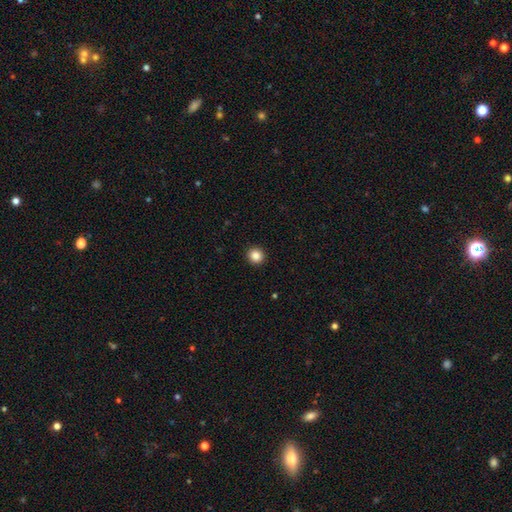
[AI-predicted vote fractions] smooth 86%, star or artifact 10%, featured or disk 4%. Down the decision tree: how rounded — round (94%); merging — none (93%).